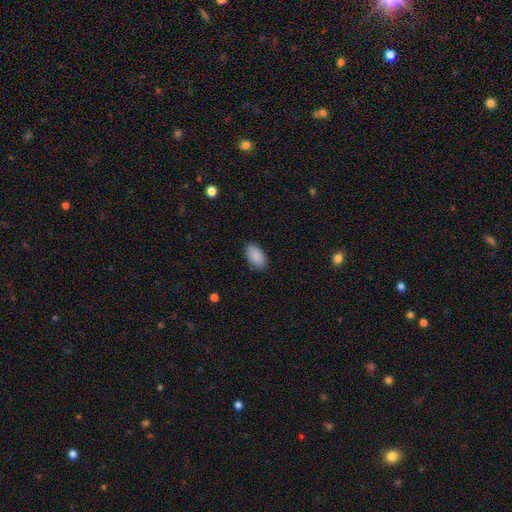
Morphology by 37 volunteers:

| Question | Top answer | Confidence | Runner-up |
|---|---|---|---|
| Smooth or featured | smooth | 95% | featured or disk (3%) |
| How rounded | in between | 94% | round (3%) |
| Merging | none | 81% | minor disturbance (17%) |